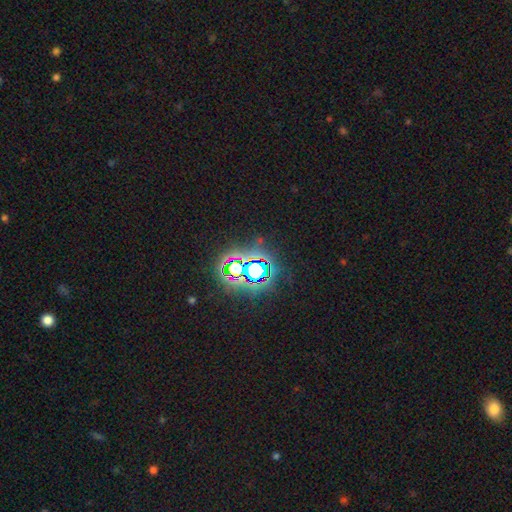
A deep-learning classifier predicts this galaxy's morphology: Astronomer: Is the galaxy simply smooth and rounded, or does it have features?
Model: star or artifact — 76%.